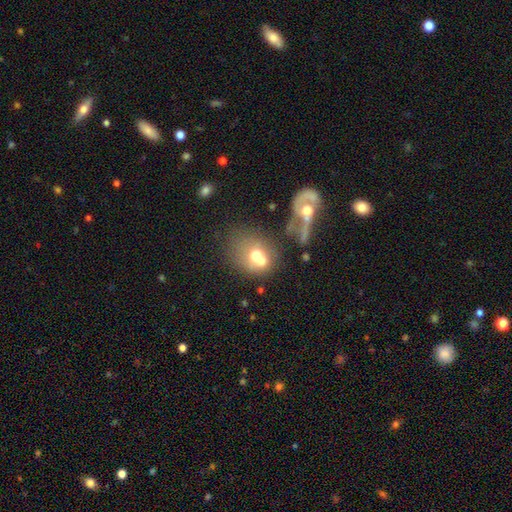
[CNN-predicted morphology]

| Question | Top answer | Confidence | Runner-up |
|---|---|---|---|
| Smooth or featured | smooth | 58% | featured or disk (31%) |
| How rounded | round | 53% | in between (45%) |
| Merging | merger | 51% | none (23%) |